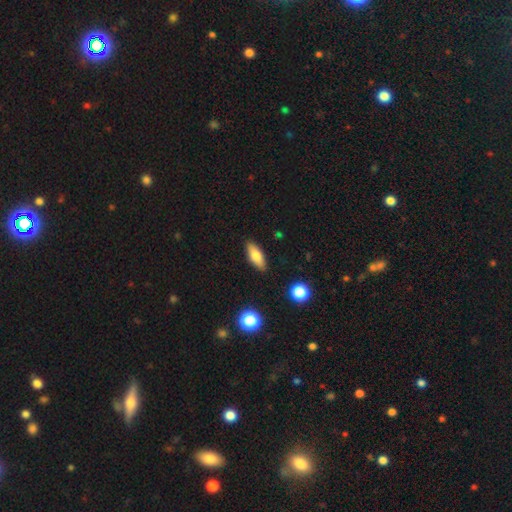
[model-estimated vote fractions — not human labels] The model was most divided on "how rounded": in between: 75%, cigar-shaped: 22%, round: 3%. More confident: merging — none (87%); smooth or featured — smooth (76%).